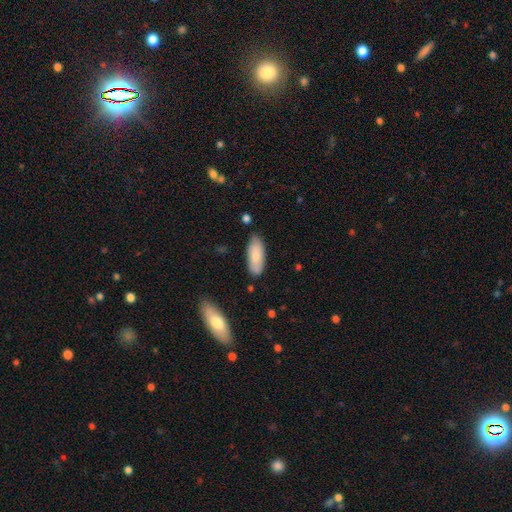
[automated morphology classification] A smooth galaxy with no disk features (81%) that is in between round and cigar-shaped (78%). Merging: none (81%).